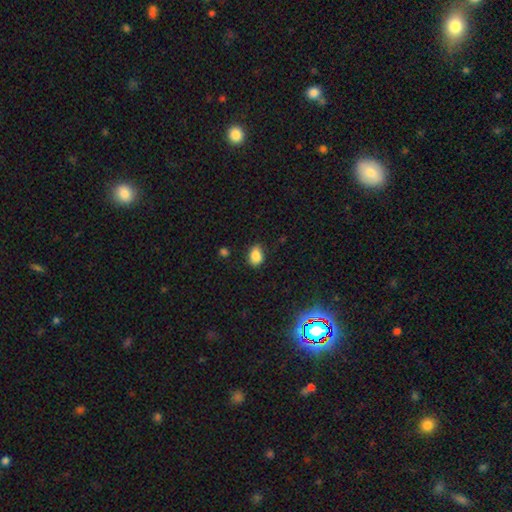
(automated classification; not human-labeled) smooth-or-featured: smooth: 86% | star or artifact: 10% | featured or disk: 5%
  how-rounded: in between: 77% | round: 22% | cigar-shaped: 1%
  merging: none: 73% | minor disturbance: 21% | major disturbance: 4% | merger: 2%